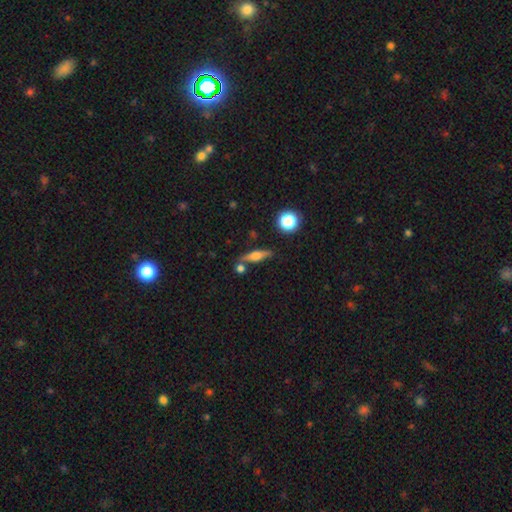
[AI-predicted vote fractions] Q: Smooth or featured?
A: featured or disk (49%); runner-up: smooth (41%)
Q: Merging?
A: none (73%); runner-up: minor disturbance (13%)